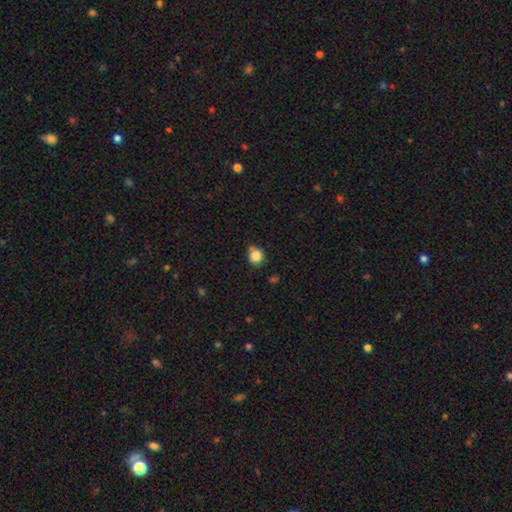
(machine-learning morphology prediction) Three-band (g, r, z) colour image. It shows a smooth galaxy with no disk features (85%) that is round (87%). Merging: none (64%).